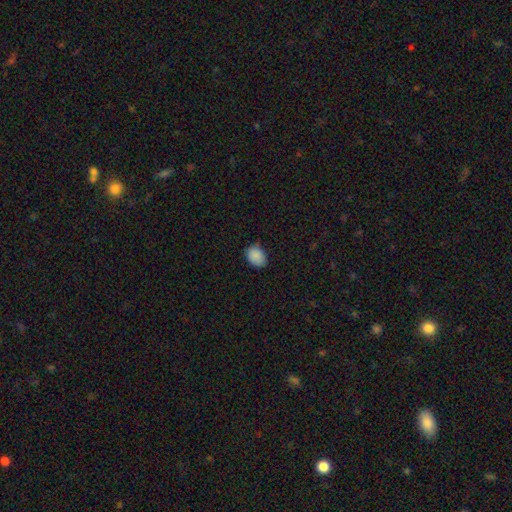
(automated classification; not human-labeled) A smooth galaxy with no disk features (88%) that is in between round and cigar-shaped (65%).

Vote fractions:
- Smooth or featured? smooth: 88% / star or artifact: 8% / featured or disk: 4%
- How rounded? in between: 65% / round: 34% / cigar-shaped: 1%
- Merging? none: 73% / minor disturbance: 22% / major disturbance: 3% / merger: 1%